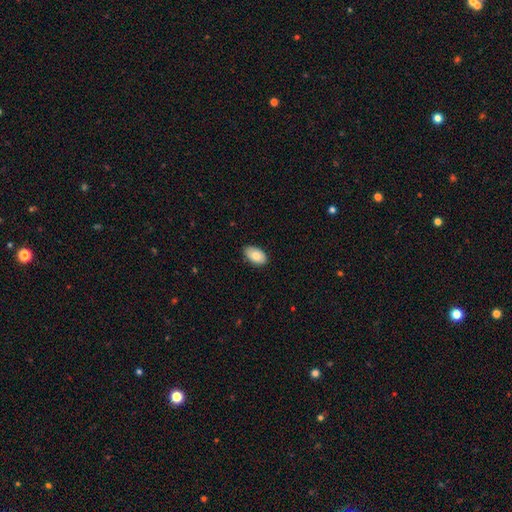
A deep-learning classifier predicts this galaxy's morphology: This appears to be a smooth galaxy with no disk features (76%) that is in between round and cigar-shaped (92%). Merging: none (84%).